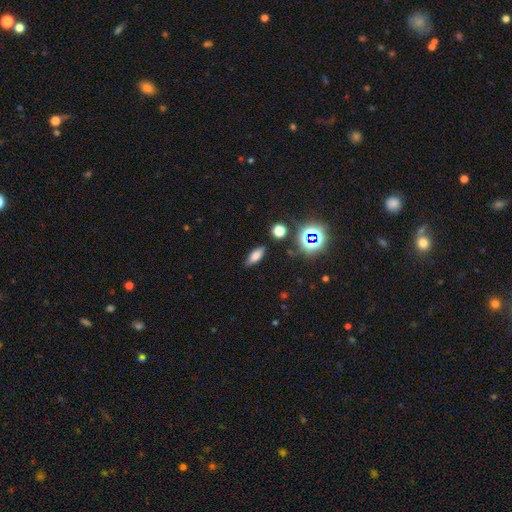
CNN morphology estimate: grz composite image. It shows a smooth galaxy with no disk features (71%) that is in between round and cigar-shaped (69%). Merging: none (84%).